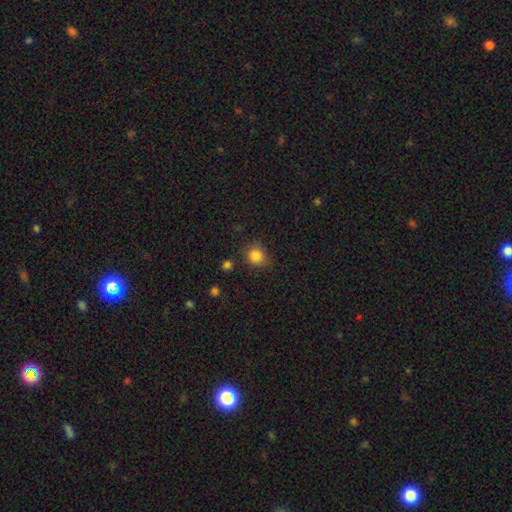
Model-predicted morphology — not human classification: smooth_or_featured: smooth (p=0.84) [alt: star or artifact p=0.11]
how_rounded: round (p=0.76) [alt: in between p=0.23]
merging: none (p=0.80) [alt: minor disturbance p=0.14]